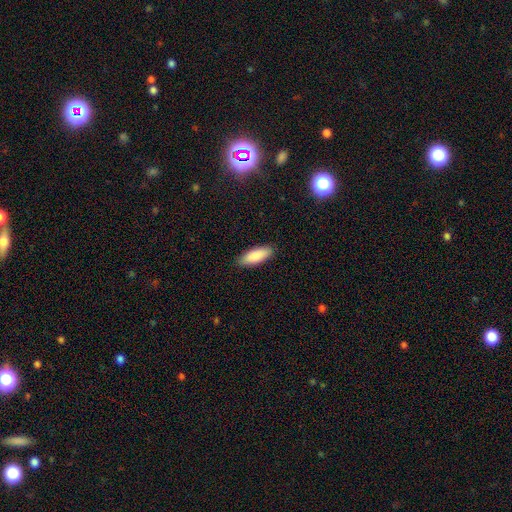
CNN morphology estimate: The model was most divided on "how rounded": in between: 67%, cigar-shaped: 31%, round: 2%. More confident: merging — none (89%); smooth or featured — smooth (88%).